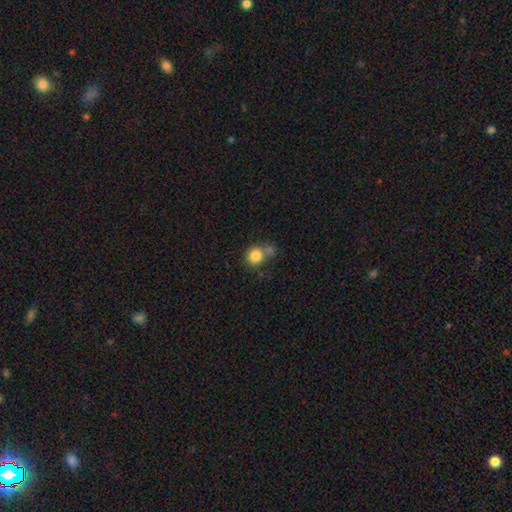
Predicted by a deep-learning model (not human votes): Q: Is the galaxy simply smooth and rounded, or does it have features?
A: smooth — 82%.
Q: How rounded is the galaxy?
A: round — 80%.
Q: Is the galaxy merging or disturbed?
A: none — 48%.